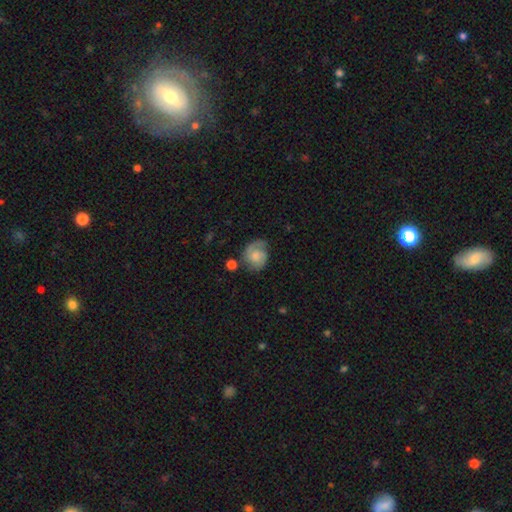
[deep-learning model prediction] smooth-or-featured: featured or disk: 62% | smooth: 30% | star or artifact: 8%
  disk-edge-on: no: 97% | yes: 3%
    bar: no: 68% | weak: 28% | strong: 4%
    has-spiral-arms: yes: 92% | no: 8%
      spiral-winding: medium: 41% | tight: 39% | loose: 19%
      spiral-arm-count: 2: 63% | 1: 22% | can't tell: 11% | 3: 2% | 4: 1% | more than 4: 1%
    bulge-size: small: 41% | moderate: 33% | none: 17% | large: 7% | dominant: 2%
  merging: none: 60% | minor disturbance: 24% | major disturbance: 12% | merger: 5%